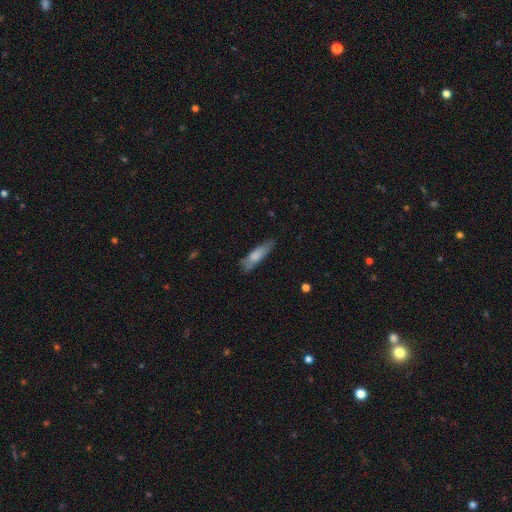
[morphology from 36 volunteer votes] smooth_or_featured: smooth (p=0.67) [alt: featured or disk p=0.25]
how_rounded: cigar-shaped (p=0.67) [alt: in between p=0.33]
merging: none (p=0.70) [alt: minor disturbance p=0.21]